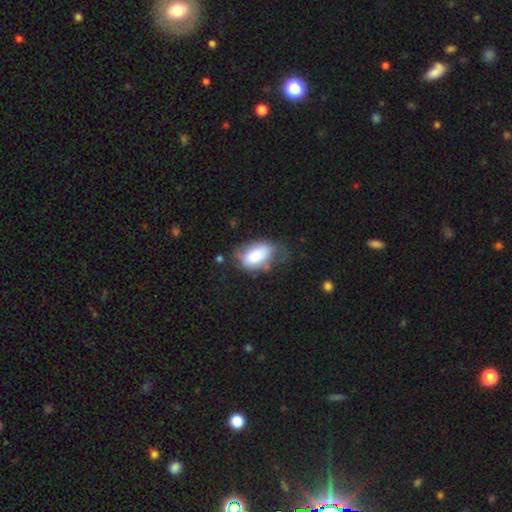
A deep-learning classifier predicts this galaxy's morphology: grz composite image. It shows a smooth galaxy with no disk features (76%) that is in between round and cigar-shaped (91%). Merging: minor disturbance (35%).